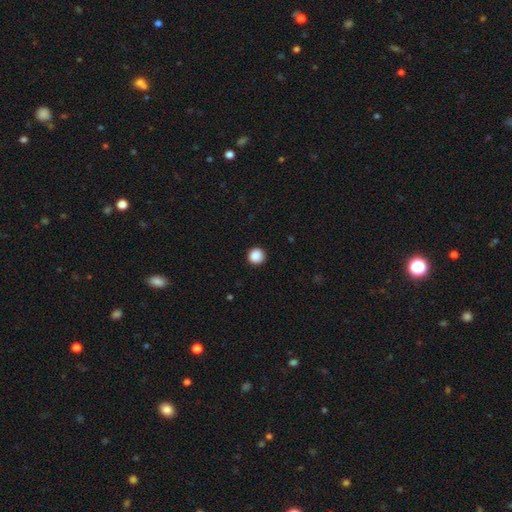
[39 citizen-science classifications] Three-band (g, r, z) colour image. It shows a smooth galaxy with no disk features (90%) that is round (97%). Merging: none (94%).